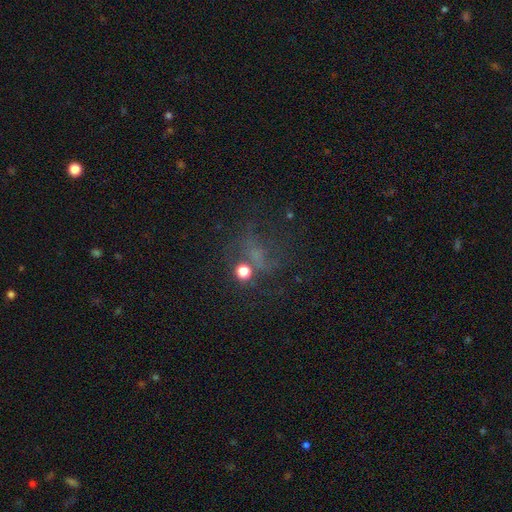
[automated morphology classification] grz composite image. It shows a star or artifact, not a galaxy (41%).